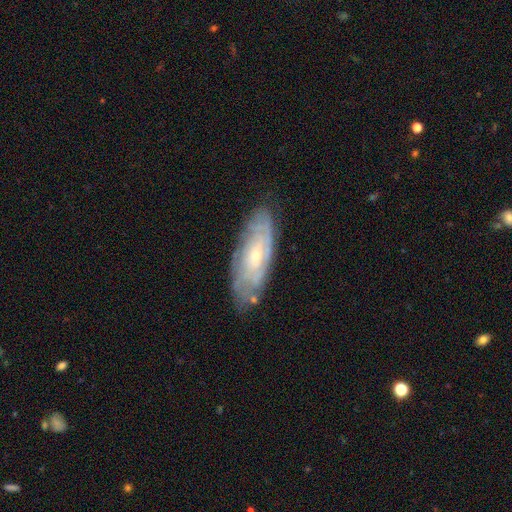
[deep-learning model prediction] Smooth or featured: featured or disk — 73% (smooth — 20%)
Edge-on disk: no — 85% (yes — 15%)
Bar: no — 71% (weak — 24%)
Spiral arms: yes — 84% (no — 16%)
Spiral winding: tight — 71% (medium — 23%)
Spiral arm count: can't tell — 61% (2 — 13%)
Bulge size: small — 69% (moderate — 27%)
Merging: none — 76% (minor disturbance — 18%)